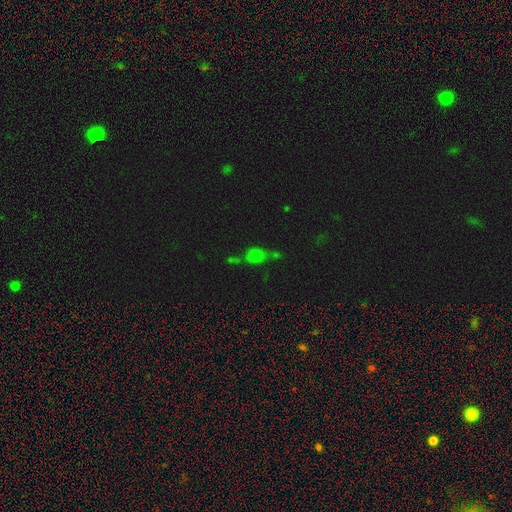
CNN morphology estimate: smooth-or-featured: smooth: 53% | star or artifact: 33% | featured or disk: 14%
  how-rounded: in between: 70% | round: 18% | cigar-shaped: 11%
  merging: none: 34% | merger: 33% | minor disturbance: 18% | major disturbance: 15%